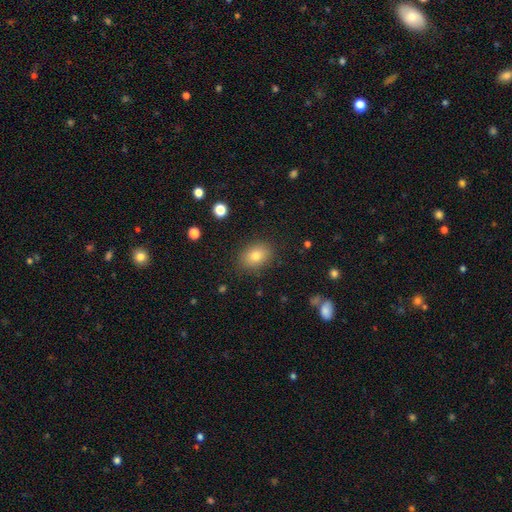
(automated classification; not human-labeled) smooth-or-featured: smooth: 79% | star or artifact: 11% | featured or disk: 10%
  how-rounded: in between: 71% | round: 28% | cigar-shaped: 1%
  merging: none: 86% | minor disturbance: 10% | major disturbance: 3% | merger: 1%